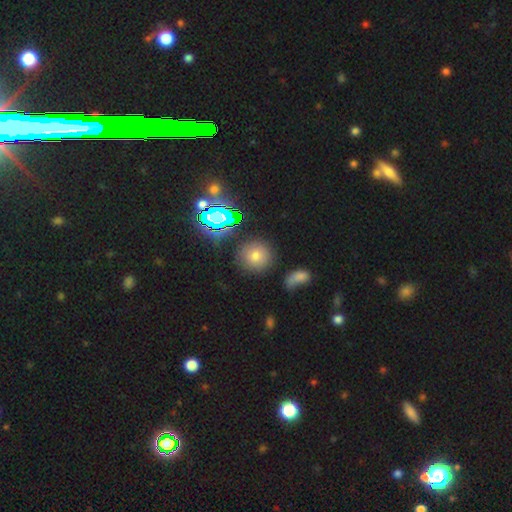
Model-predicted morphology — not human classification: Smooth or featured?
  - smooth: 64% *
  - star or artifact: 23%
  - featured or disk: 13%
How rounded?
  - round: 91% *
  - in between: 7%
  - cigar-shaped: 1%
Merging?
  - none: 85% *
  - minor disturbance: 8%
  - merger: 4%
  - major disturbance: 3%